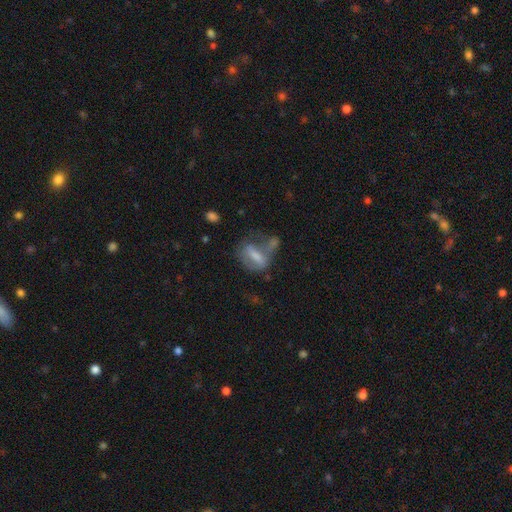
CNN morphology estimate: This appears to be a smooth galaxy with no disk features (50%). Merging: major disturbance (29%).